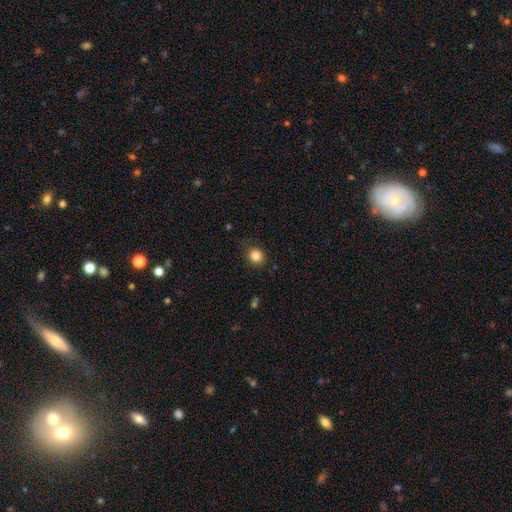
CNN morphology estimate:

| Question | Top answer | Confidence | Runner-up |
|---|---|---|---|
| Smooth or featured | smooth | 84% | star or artifact (11%) |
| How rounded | round | 83% | in between (16%) |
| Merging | none | 83% | minor disturbance (13%) |